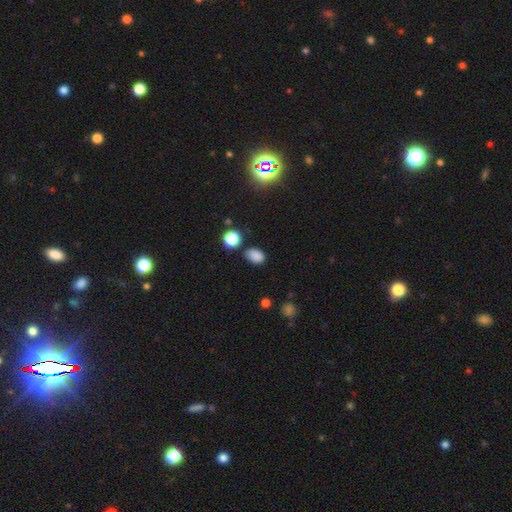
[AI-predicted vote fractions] This appears to be a smooth galaxy with no disk features (81%) that is in between round and cigar-shaped (74%). Merging: none (73%).